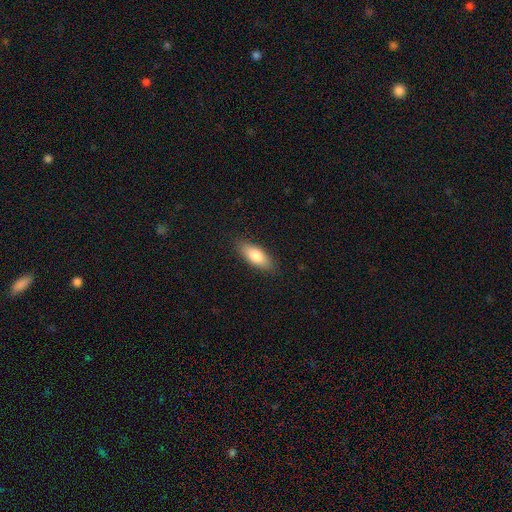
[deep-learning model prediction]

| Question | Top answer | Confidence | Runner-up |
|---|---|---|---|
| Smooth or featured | smooth | 79% | featured or disk (15%) |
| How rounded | in between | 76% | cigar-shaped (22%) |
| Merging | none | 87% | minor disturbance (10%) |